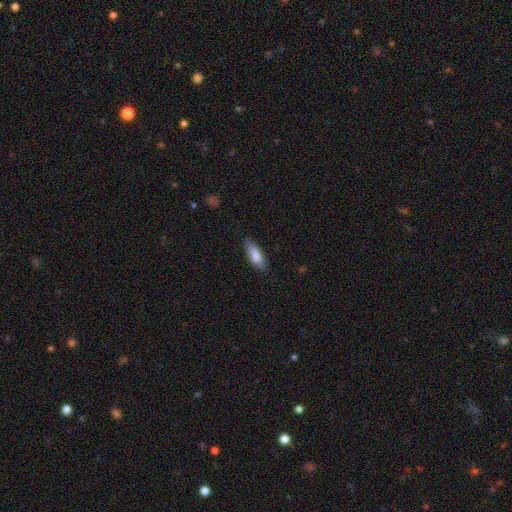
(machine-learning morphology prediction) This appears to be a smooth galaxy with no disk features (81%) that is in between round and cigar-shaped (59%). Merging: none (80%).